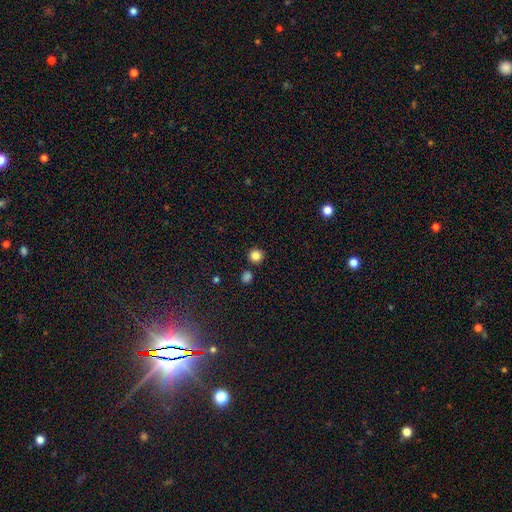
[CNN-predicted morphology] Smooth or featured? smooth (84%)
How rounded? round (94%)
Merging? none (87%)